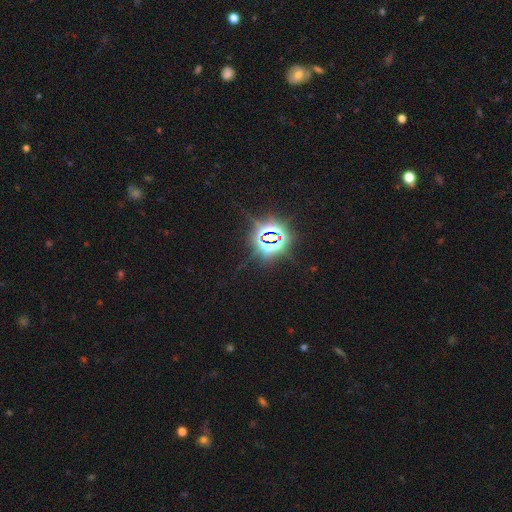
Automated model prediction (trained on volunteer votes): This appears to be a star or artifact, not a galaxy (83%).